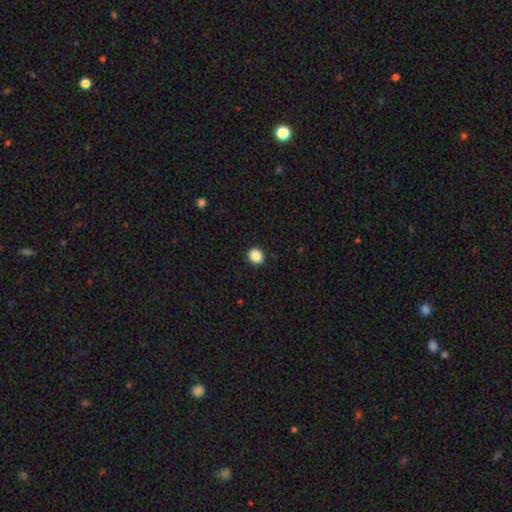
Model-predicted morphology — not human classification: This is clearly a smooth galaxy (87%). How rounded: clearly round (86%). Merging: clearly none (93%).